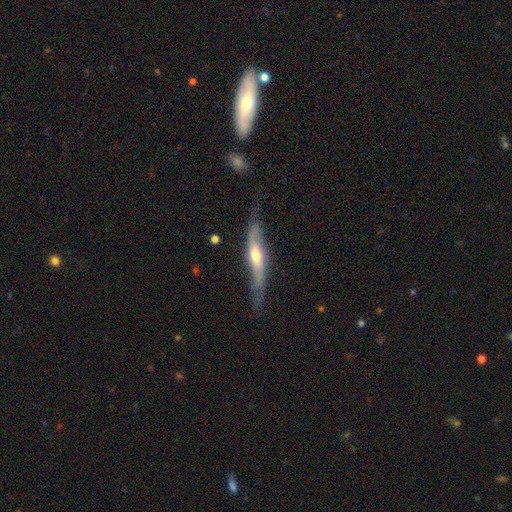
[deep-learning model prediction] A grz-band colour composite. It shows a featured or disk galaxy (65%) viewed edge-on (66%). Merging: none (63%).